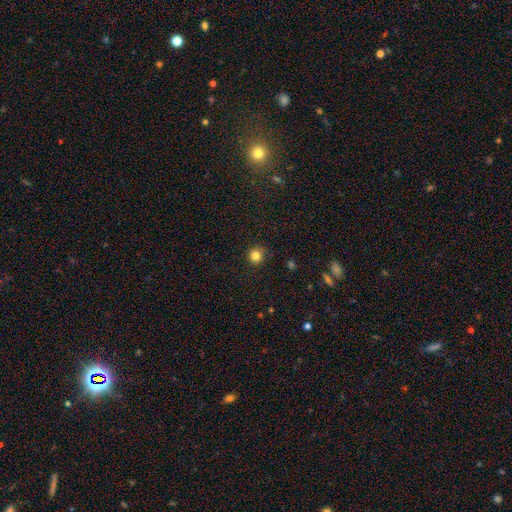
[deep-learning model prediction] This is clearly a smooth galaxy (83%). How rounded: clearly round (93%). Merging: clearly none (89%).